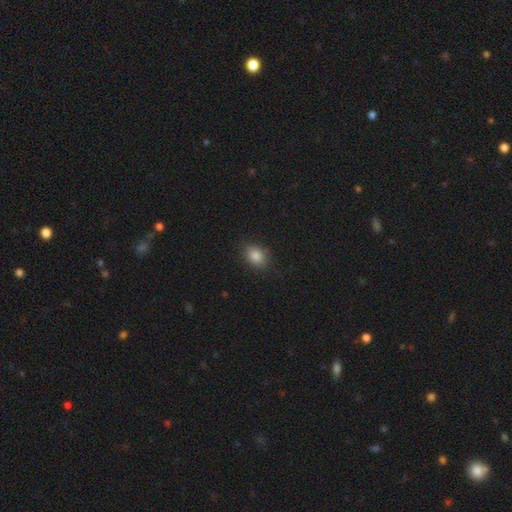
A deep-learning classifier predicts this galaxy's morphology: A smooth galaxy with no disk features (85%) that is in between round and cigar-shaped (68%). Merging: none (82%).